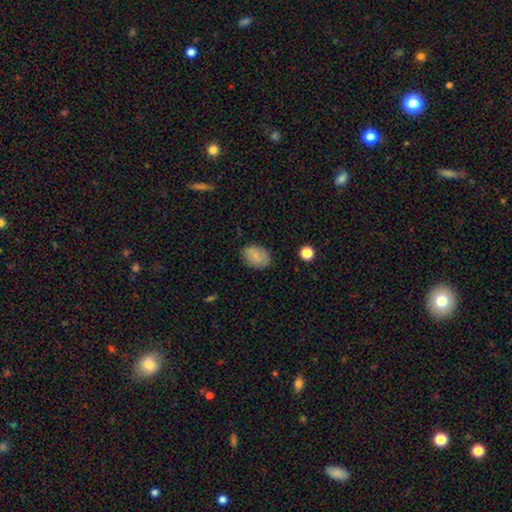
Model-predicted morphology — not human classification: smooth-or-featured: smooth: 81% | featured or disk: 11% | star or artifact: 8%
  how-rounded: in between: 74% | round: 25% | cigar-shaped: 1%
  merging: none: 81% | minor disturbance: 14% | major disturbance: 3% | merger: 1%